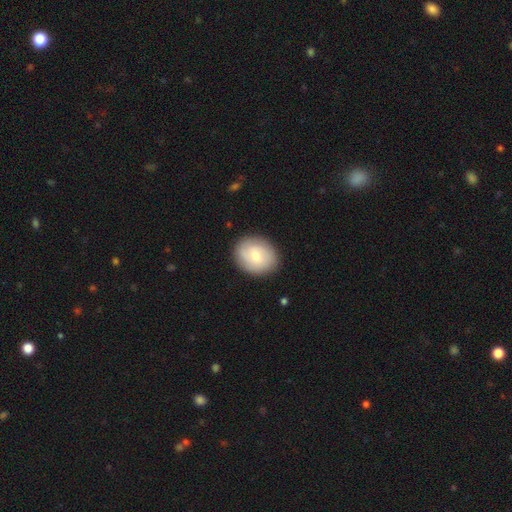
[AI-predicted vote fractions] Smooth or featured? smooth (64%)
How rounded? round (57%)
Merging? none (87%)